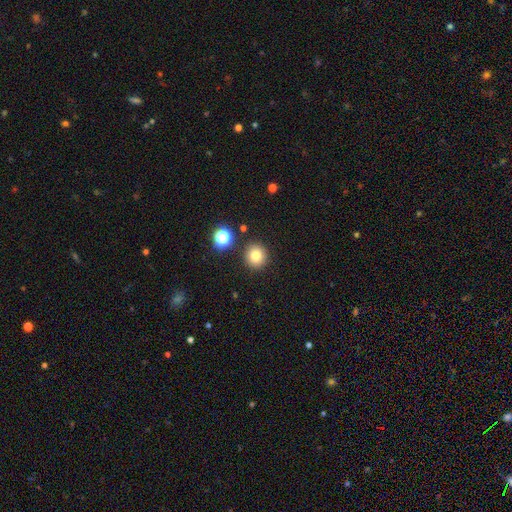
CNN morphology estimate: Smooth or featured? smooth (80%)
How rounded? round (91%)
Merging? none (88%)